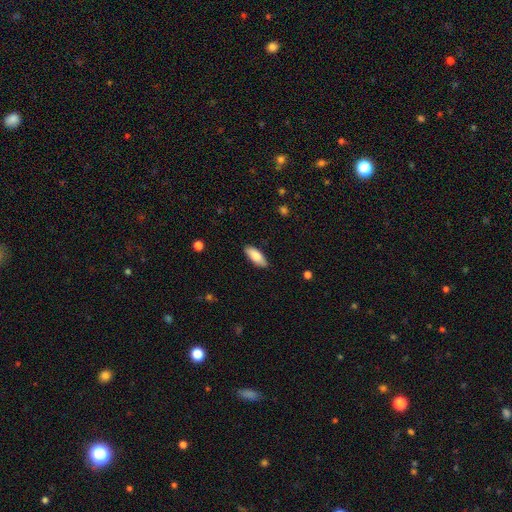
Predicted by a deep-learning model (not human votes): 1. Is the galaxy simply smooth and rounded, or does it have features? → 84% smooth, 11% featured or disk, 6% star or artifact.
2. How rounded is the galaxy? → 79% in between, 19% cigar-shaped, 2% round.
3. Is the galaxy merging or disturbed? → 87% none, 10% minor disturbance, 2% major disturbance, 1% merger.